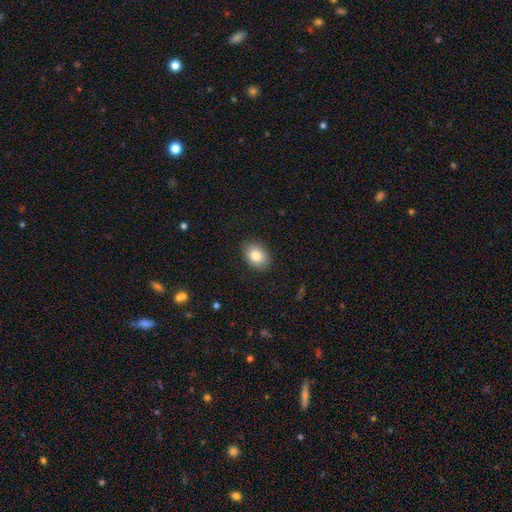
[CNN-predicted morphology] smooth-or-featured: smooth: 83% | featured or disk: 9% | star or artifact: 8%
  how-rounded: in between: 78% | round: 21% | cigar-shaped: 1%
  merging: none: 87% | minor disturbance: 10% | major disturbance: 2% | merger: 1%